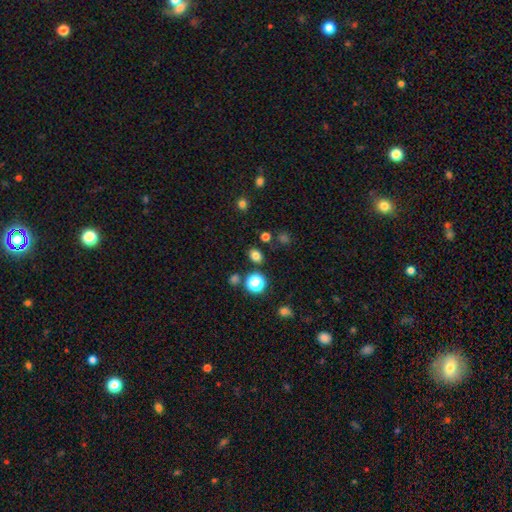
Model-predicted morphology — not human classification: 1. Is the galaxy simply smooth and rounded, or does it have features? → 77% smooth, 18% star or artifact, 5% featured or disk.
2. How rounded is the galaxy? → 50% round, 49% in between, 1% cigar-shaped.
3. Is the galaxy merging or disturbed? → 84% none, 9% minor disturbance, 4% merger, 3% major disturbance.